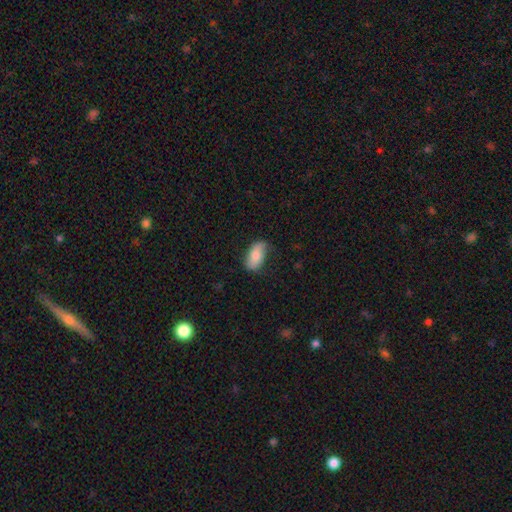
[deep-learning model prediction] Smooth or featured?
  - smooth: 74% *
  - featured or disk: 20%
  - star or artifact: 6%
How rounded?
  - in between: 92% *
  - cigar-shaped: 4%
  - round: 3%
Merging?
  - none: 70% *
  - minor disturbance: 24%
  - major disturbance: 5%
  - merger: 1%